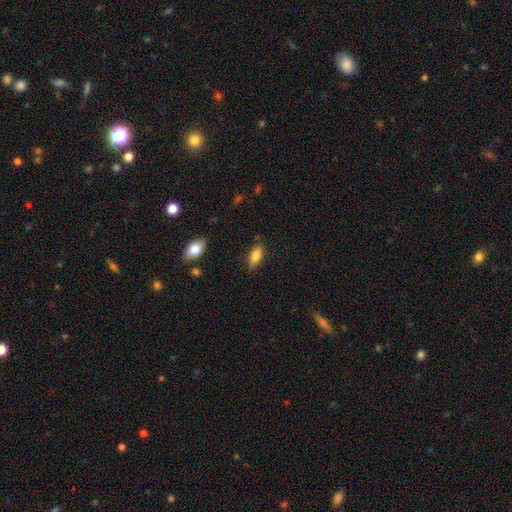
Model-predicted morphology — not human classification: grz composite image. It shows a smooth galaxy with no disk features (79%) that is in between round and cigar-shaped (75%). Merging: none (80%).